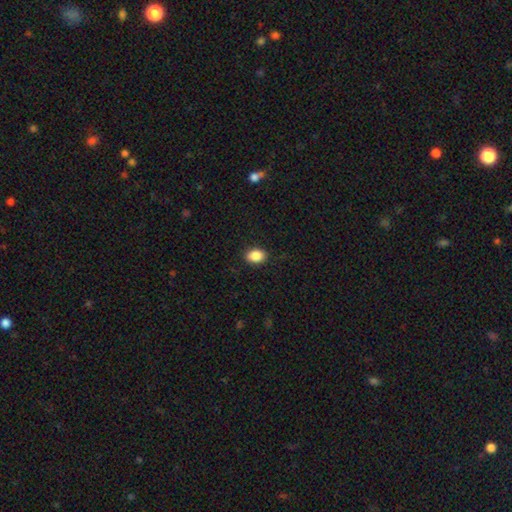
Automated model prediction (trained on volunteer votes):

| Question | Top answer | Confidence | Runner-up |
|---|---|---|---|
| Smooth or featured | smooth | 88% | star or artifact (8%) |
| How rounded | in between | 74% | round (25%) |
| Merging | none | 89% | minor disturbance (8%) |